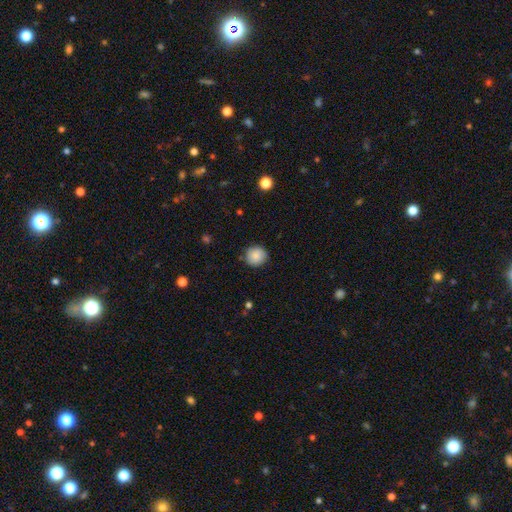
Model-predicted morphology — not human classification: The model was most divided on "smooth or featured": smooth: 87%, star or artifact: 9%, featured or disk: 5%. More confident: how rounded — round (92%); merging — none (88%).